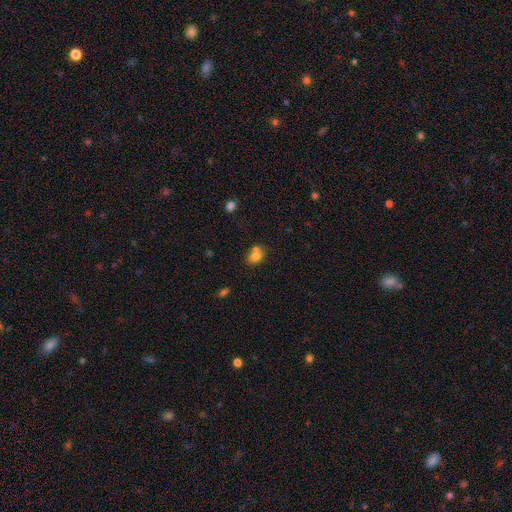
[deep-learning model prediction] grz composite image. It shows a smooth galaxy with no disk features (75%) that is round (53%). Merging: none (44%).